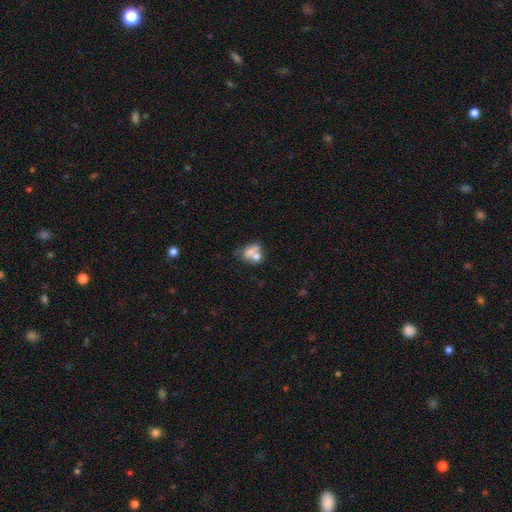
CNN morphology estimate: A smooth galaxy with no disk features (63%) that is in between round and cigar-shaped (58%). Merging: merger (55%).